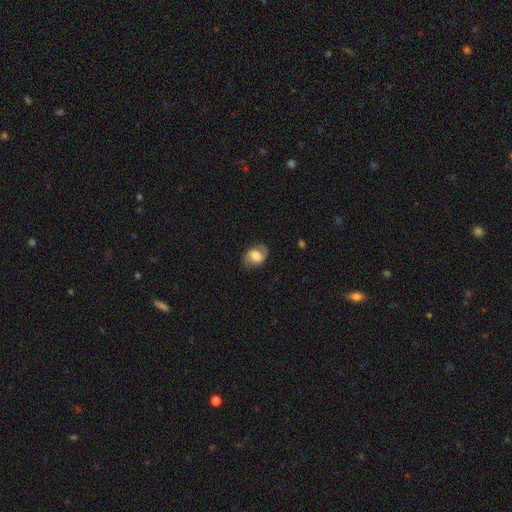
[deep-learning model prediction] Smooth or featured: featured or disk — 52% (smooth — 40%)
Edge-on disk: no — 96% (yes — 4%)
Bar: weak — 46% (no — 32%)
Spiral arms: yes — 84% (no — 16%)
Bulge size: moderate — 38% (large — 34%)
Merging: none — 72% (minor disturbance — 19%)